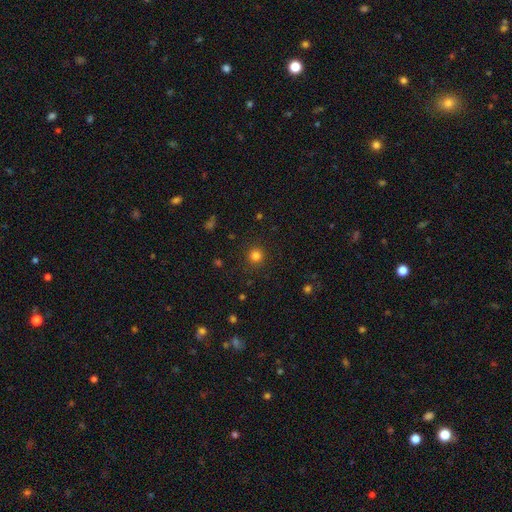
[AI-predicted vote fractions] A smooth galaxy with no disk features (82%) that is round (94%). Merging: none (90%).